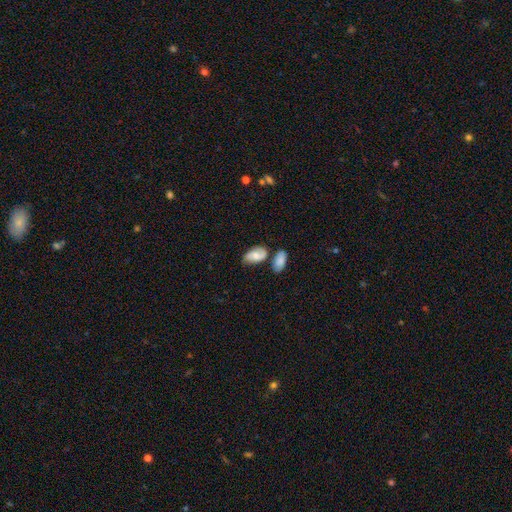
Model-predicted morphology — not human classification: type=smooth (56%); roundness=in between (91%); merging=none (51%).